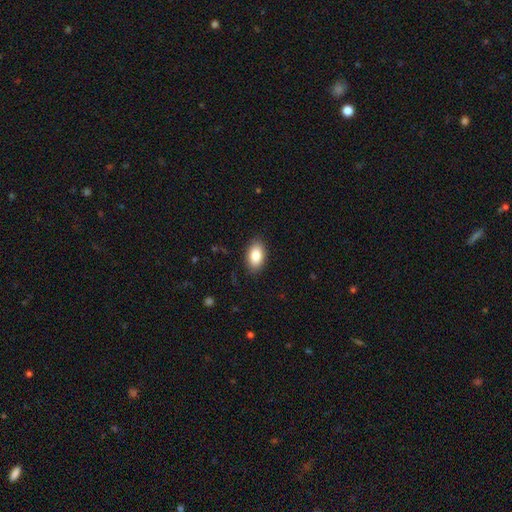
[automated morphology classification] This is clearly a smooth galaxy (84%). How rounded: clearly in between (92%). Merging: clearly none (87%).